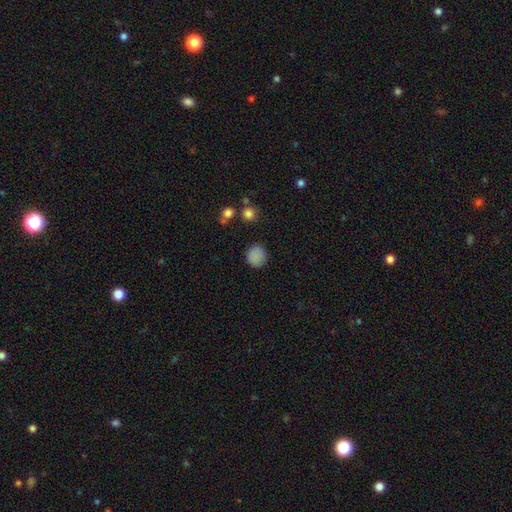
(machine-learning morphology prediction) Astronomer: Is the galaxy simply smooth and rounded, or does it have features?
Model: smooth — 85%.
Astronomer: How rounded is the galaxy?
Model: round — 88%.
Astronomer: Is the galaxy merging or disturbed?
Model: none — 86%.